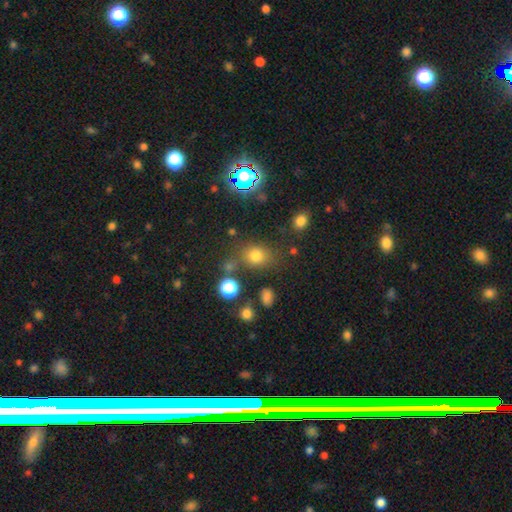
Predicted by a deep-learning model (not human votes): Q: Smooth or featured?
A: smooth (71%); runner-up: star or artifact (21%)
Q: How rounded?
A: round (61%); runner-up: in between (38%)
Q: Merging?
A: none (71%); runner-up: minor disturbance (14%)